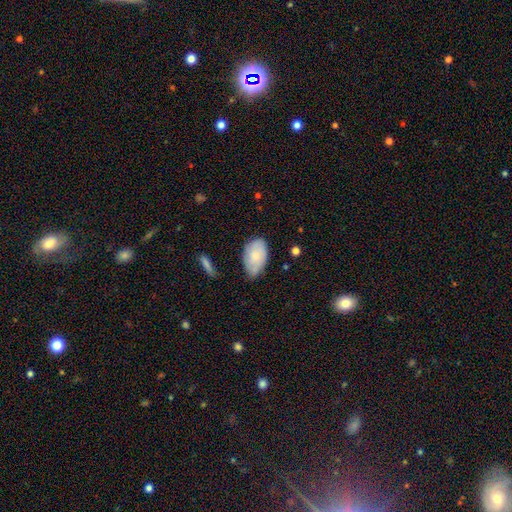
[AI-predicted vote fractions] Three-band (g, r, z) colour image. It shows a smooth galaxy with no disk features (76%) that is in between round and cigar-shaped (94%). Merging: none (59%).